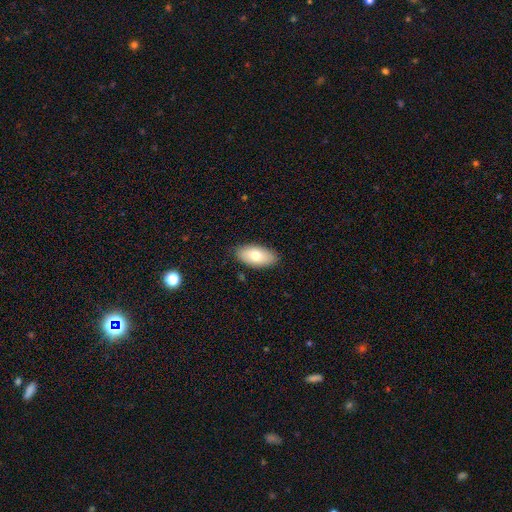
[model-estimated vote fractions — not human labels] Overall: smooth (74%). How rounded: in between (93%). Merging: none (87%).